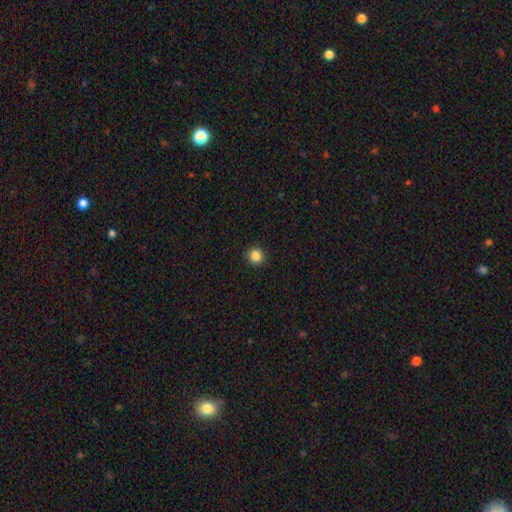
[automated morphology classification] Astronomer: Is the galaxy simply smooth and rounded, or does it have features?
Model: smooth — 86%.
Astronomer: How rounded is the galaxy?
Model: round — 92%.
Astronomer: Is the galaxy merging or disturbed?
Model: none — 92%.